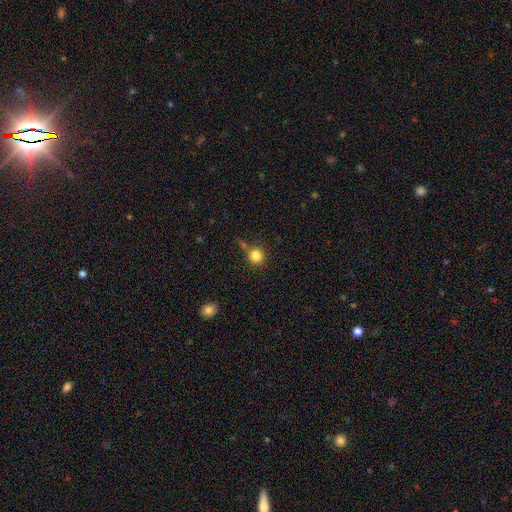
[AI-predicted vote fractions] Smooth or featured? smooth (84%)
How rounded? round (92%)
Merging? none (74%)